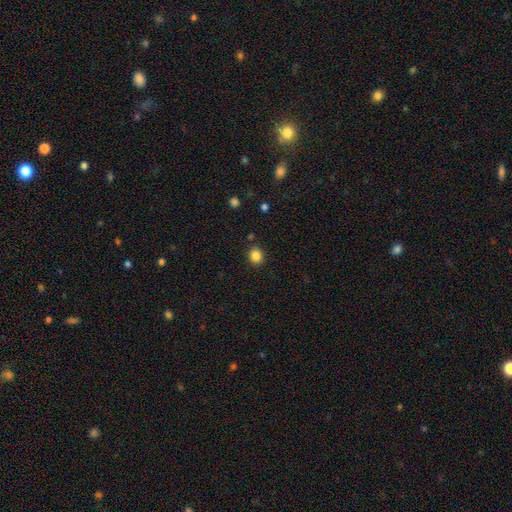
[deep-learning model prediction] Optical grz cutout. It shows a smooth galaxy with no disk features (85%) that is round (73%). Merging: none (88%).